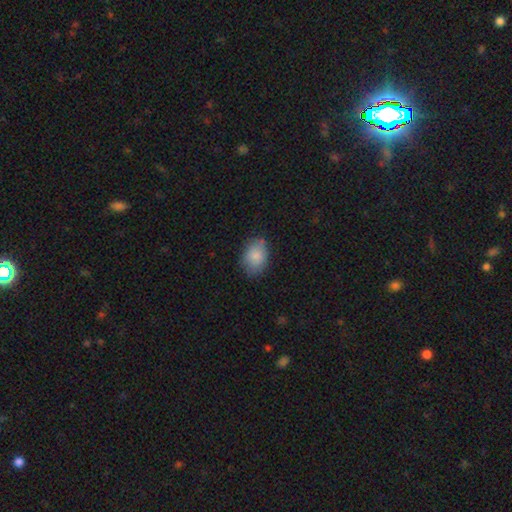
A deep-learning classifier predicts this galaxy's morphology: type=smooth (85%); roundness=in between (79%); merging=none (76%).